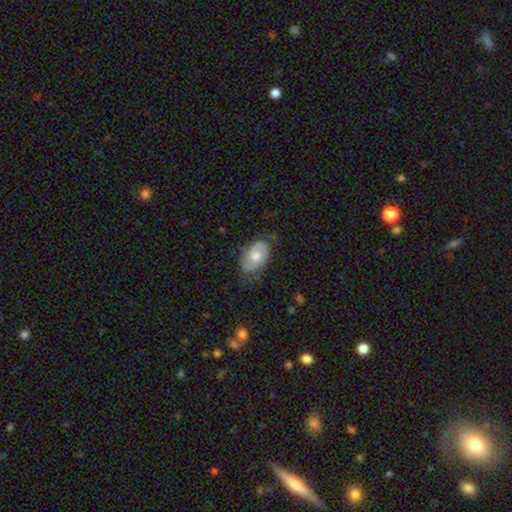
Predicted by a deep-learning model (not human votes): Overall: featured or disk (54%; smooth 40%). Edge-on disk: no (94%). Bar: no (71%). Spiral arms: yes (74%). Bulge size: moderate (67%). Merging: none (66%).